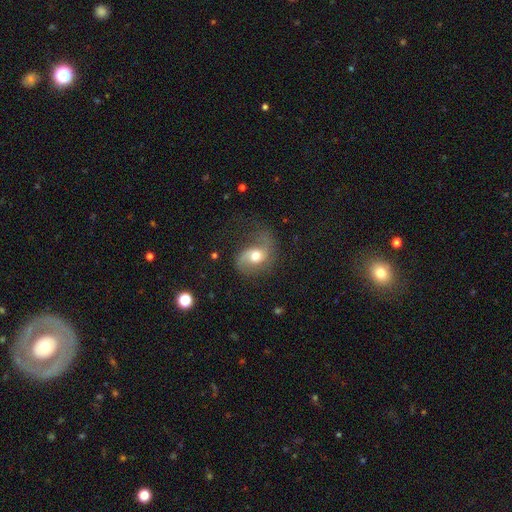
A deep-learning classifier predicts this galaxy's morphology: Smooth or featured? Predicted: featured or disk (p=0.71). Edge-on disk? Predicted: no (p=0.97). Bar? Predicted: no (p=0.61). Spiral arms? Predicted: yes (p=0.92). Spiral winding? Predicted: loose (p=0.55). Spiral arm count? Predicted: 2 (p=0.74). Bulge size? Predicted: moderate (p=0.68). Merging? Predicted: none (p=0.50).